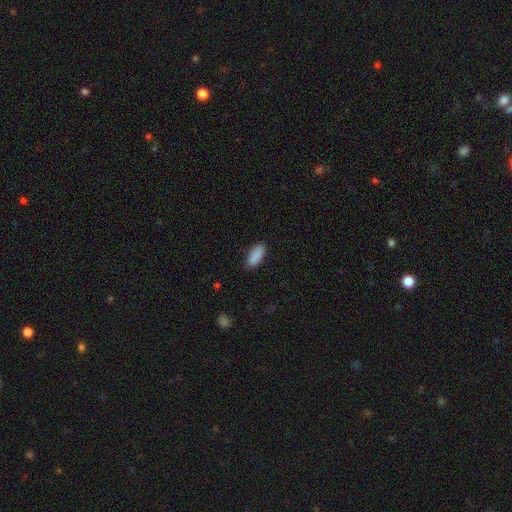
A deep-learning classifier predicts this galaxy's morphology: Smooth or featured? Predicted: smooth (p=0.89). How rounded? Predicted: in between (p=0.81). Merging? Predicted: none (p=0.79).